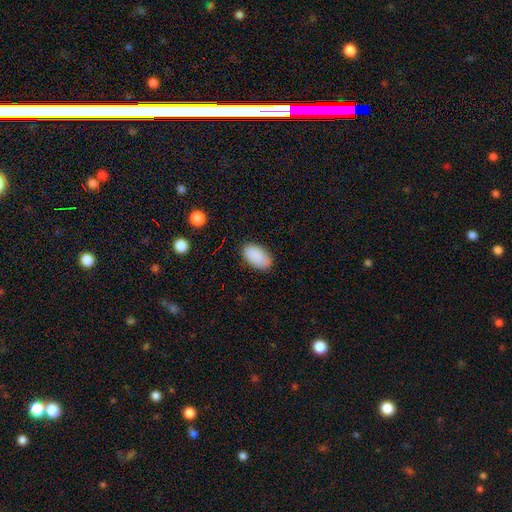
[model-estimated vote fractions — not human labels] Q: Smooth or featured?
A: smooth (89%); runner-up: star or artifact (7%)
Q: How rounded?
A: in between (95%); runner-up: round (3%)
Q: Merging?
A: none (82%); runner-up: minor disturbance (14%)